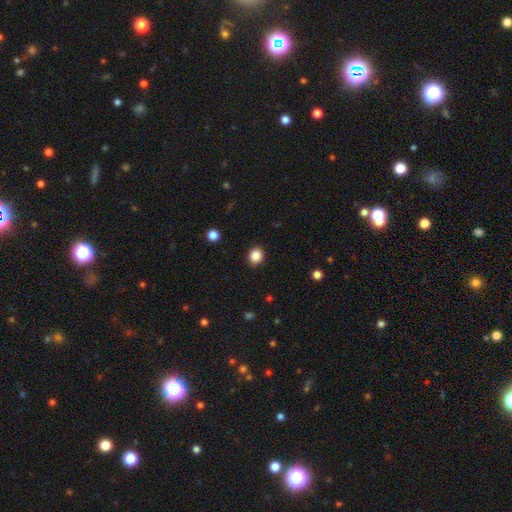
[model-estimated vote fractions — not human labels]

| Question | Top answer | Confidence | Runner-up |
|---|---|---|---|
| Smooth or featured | smooth | 86% | star or artifact (10%) |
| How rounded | round | 77% | in between (22%) |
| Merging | none | 91% | minor disturbance (6%) |